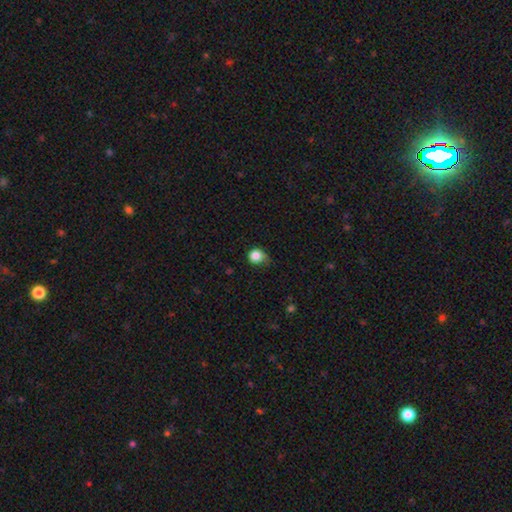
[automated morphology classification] type=smooth (85%); roundness=round (82%); merging=none (53%).